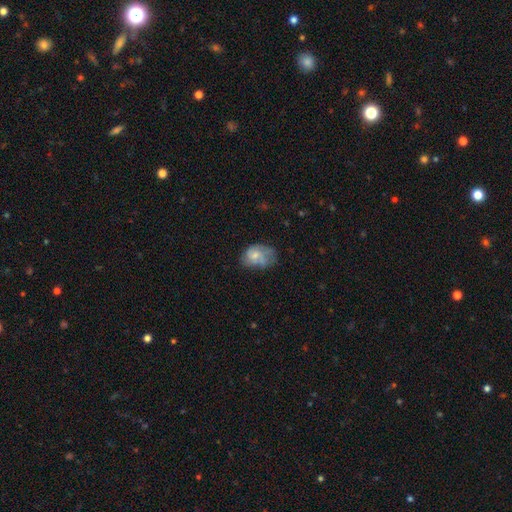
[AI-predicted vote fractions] smooth-or-featured: smooth: 60% | featured or disk: 31% | star or artifact: 8%
  how-rounded: in between: 75% | round: 24% | cigar-shaped: 1%
  merging: none: 39% | minor disturbance: 35% | major disturbance: 22% | merger: 4%